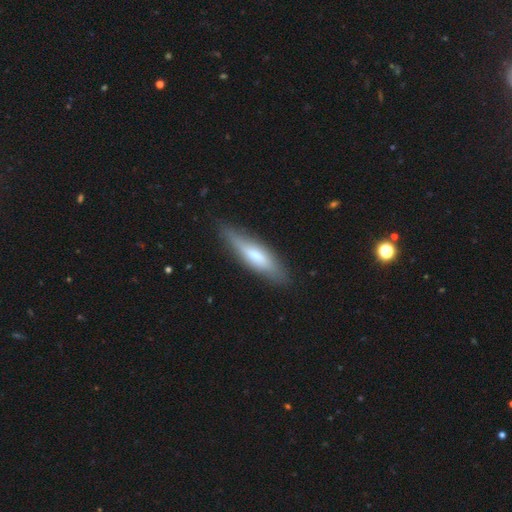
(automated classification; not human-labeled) A smooth galaxy with no disk features (57%) that is cigar-shaped (68%).

Vote fractions:
- Smooth or featured? smooth: 57% / featured or disk: 37% / star or artifact: 6%
- How rounded? cigar-shaped: 68% / in between: 30% / round: 2%
- Merging? none: 78% / minor disturbance: 17% / major disturbance: 4% / merger: 1%